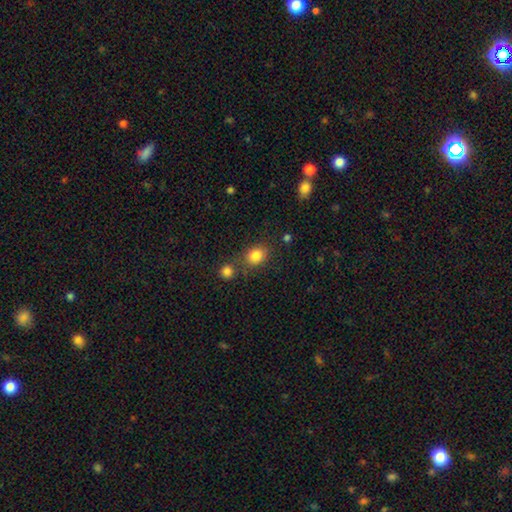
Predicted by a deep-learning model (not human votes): A smooth galaxy with no disk features (83%) that is round (52%).

Vote fractions:
- Smooth or featured? smooth: 83% / star or artifact: 11% / featured or disk: 6%
- How rounded? round: 52% / in between: 47% / cigar-shaped: 1%
- Merging? none: 69% / merger: 13% / minor disturbance: 13% / major disturbance: 5%